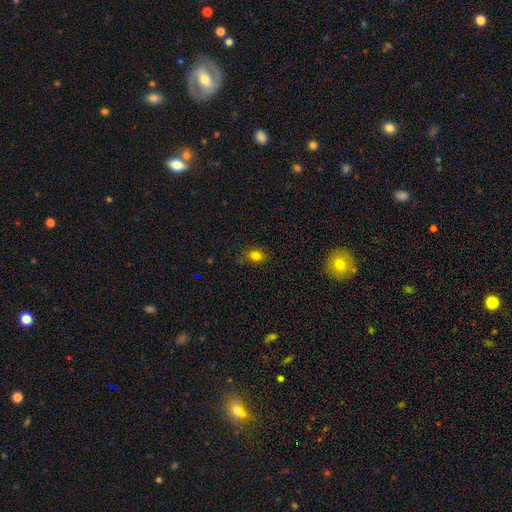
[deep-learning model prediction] The model was most divided on "how rounded": in between: 76%, round: 22%, cigar-shaped: 2%. More confident: smooth or featured — smooth (80%); merging — none (78%).